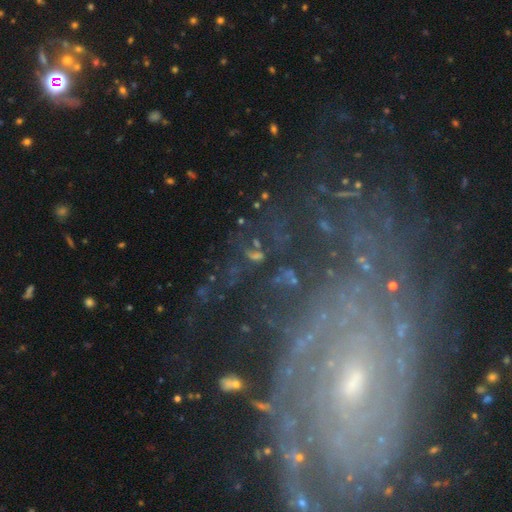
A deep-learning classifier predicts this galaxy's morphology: Smooth or featured? star or artifact (45%)